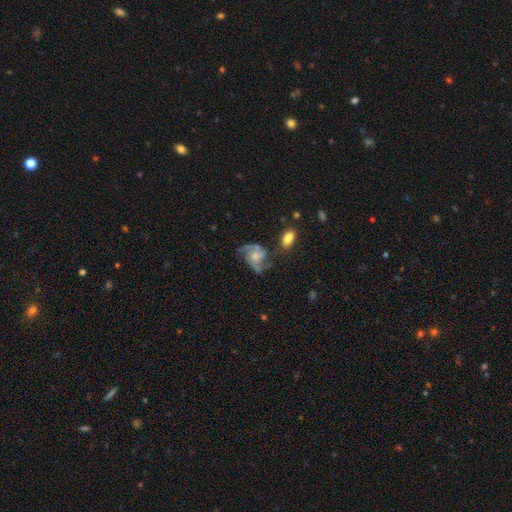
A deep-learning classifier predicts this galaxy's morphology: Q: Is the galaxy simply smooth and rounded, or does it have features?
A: featured or disk — 69%.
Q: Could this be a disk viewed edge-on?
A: no — 97%.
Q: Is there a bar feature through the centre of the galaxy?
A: no — 62%.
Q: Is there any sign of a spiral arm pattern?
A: yes — 87%.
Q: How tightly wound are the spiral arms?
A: medium — 46%.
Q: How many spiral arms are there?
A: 2 — 79%.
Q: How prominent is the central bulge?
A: moderate — 35%.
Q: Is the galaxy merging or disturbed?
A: none — 45%.